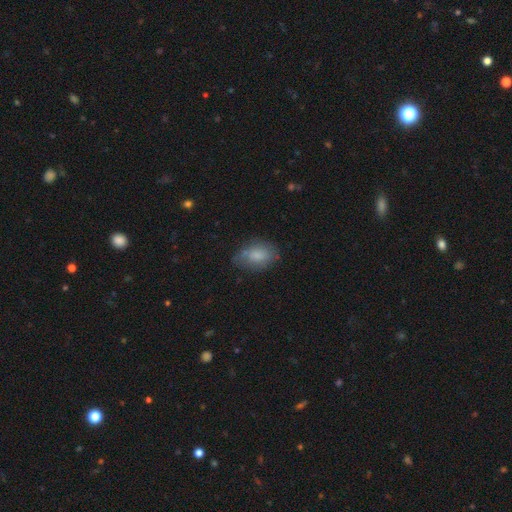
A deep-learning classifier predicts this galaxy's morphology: Smooth or featured: smooth — 78% (featured or disk — 14%)
How rounded: in between — 86% (round — 12%)
Merging: none — 61% (minor disturbance — 28%)